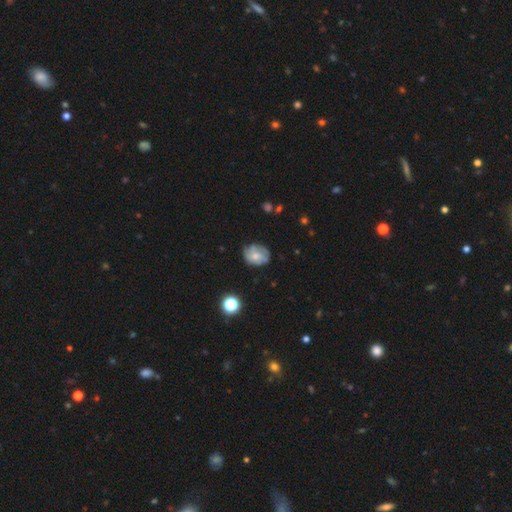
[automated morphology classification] Q: Smooth or featured?
A: featured or disk (48%); runner-up: smooth (43%)
Q: Merging?
A: none (61%); runner-up: minor disturbance (27%)